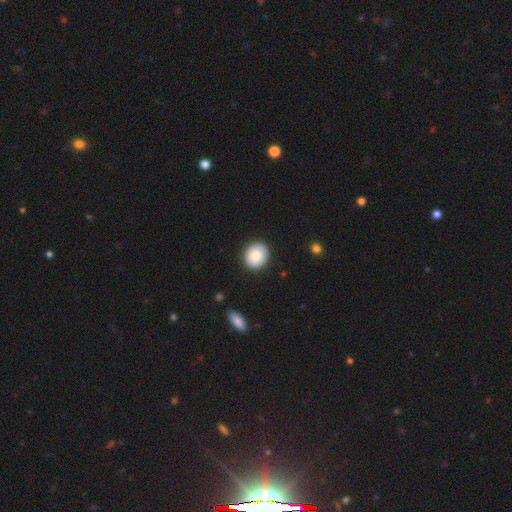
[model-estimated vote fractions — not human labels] This is clearly a smooth galaxy (85%). How rounded: likely round (78%). Merging: clearly none (90%).